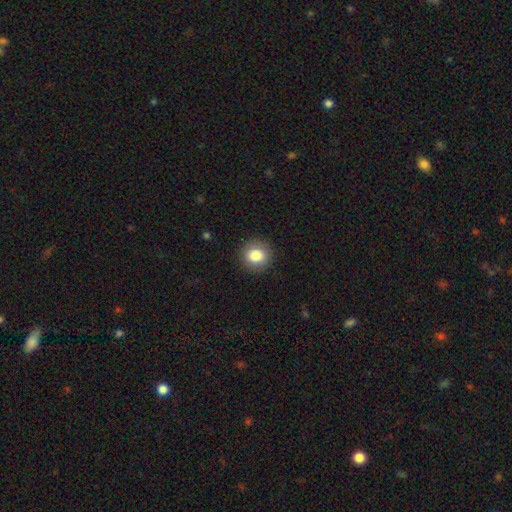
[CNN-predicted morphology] Smooth or featured? Predicted: smooth (p=0.83). How rounded? Predicted: round (p=0.84). Merging? Predicted: none (p=0.89).